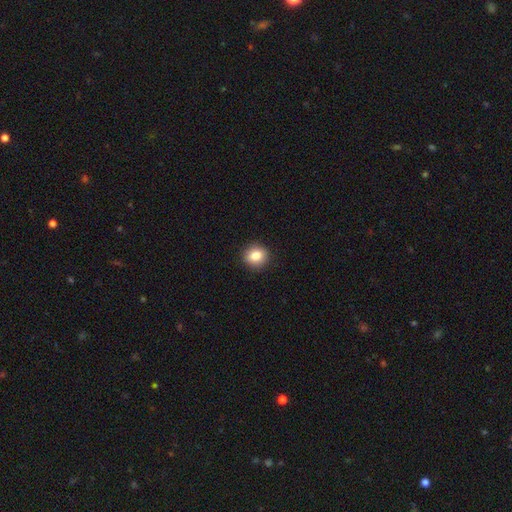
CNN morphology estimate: Smooth or featured?
  - smooth: 83% *
  - star or artifact: 10%
  - featured or disk: 8%
How rounded?
  - round: 80% *
  - in between: 19%
  - cigar-shaped: 1%
Merging?
  - none: 91% *
  - minor disturbance: 6%
  - major disturbance: 2%
  - merger: 1%